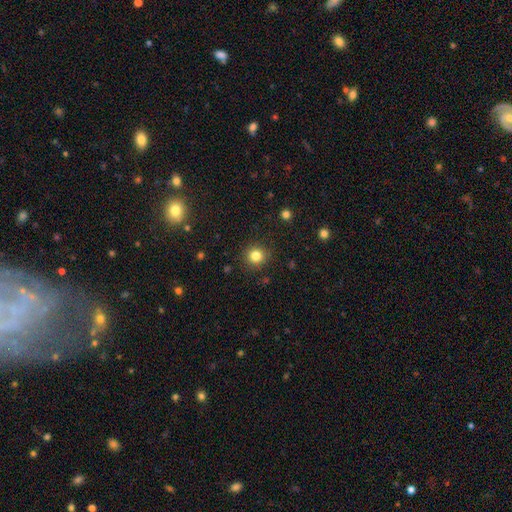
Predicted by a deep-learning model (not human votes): Overall: smooth (83%). How rounded: round (92%). Merging: none (90%).